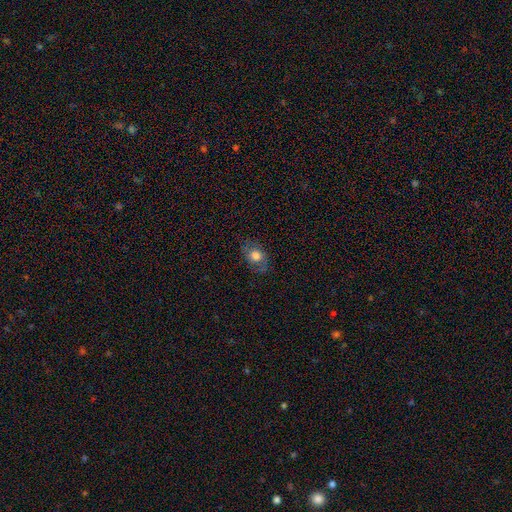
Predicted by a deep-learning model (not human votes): A smooth galaxy with no disk features (66%) that is in between round and cigar-shaped (68%). Merging: none (73%).